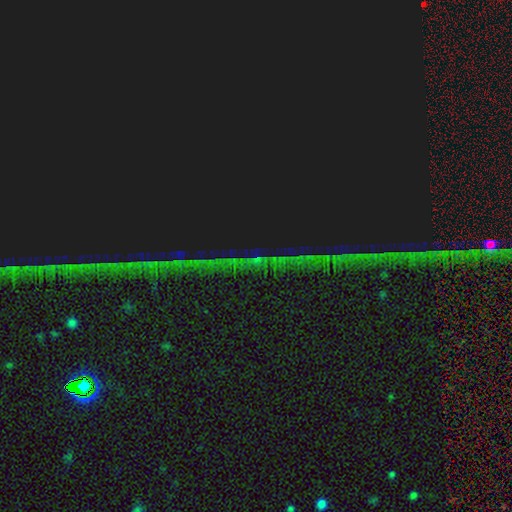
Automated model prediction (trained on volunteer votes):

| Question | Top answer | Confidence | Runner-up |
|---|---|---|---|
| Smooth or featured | star or artifact | 85% | featured or disk (8%) |